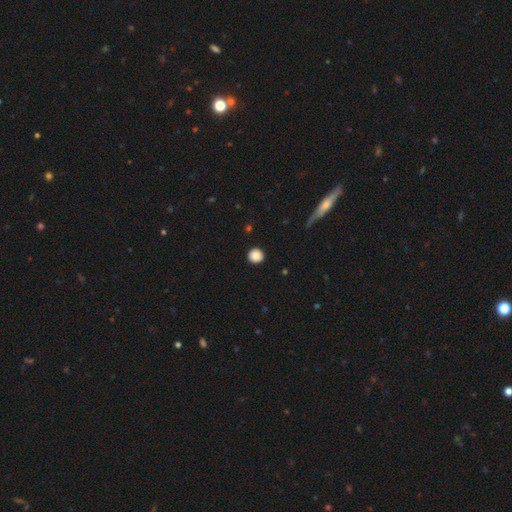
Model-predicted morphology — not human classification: smooth 87%, star or artifact 9%, featured or disk 5%. Down the decision tree: how rounded — round (94%); merging — none (92%).